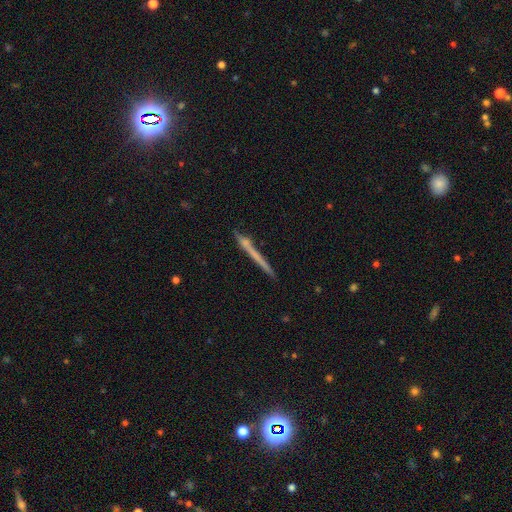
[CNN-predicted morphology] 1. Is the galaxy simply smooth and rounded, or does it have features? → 47% smooth, 46% featured or disk, 7% star or artifact.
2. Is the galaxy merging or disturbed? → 81% none, 11% minor disturbance, 5% merger, 3% major disturbance.